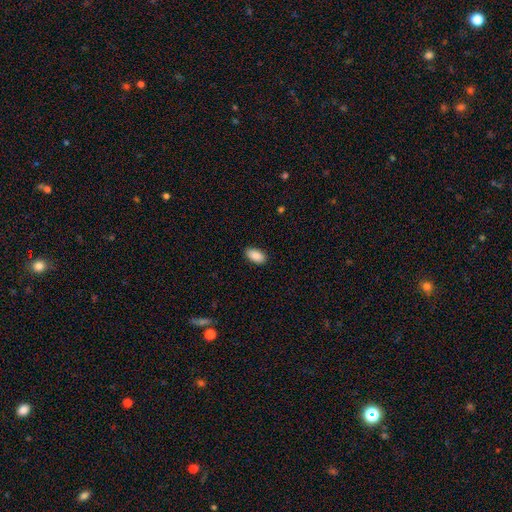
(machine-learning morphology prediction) smooth 89%, star or artifact 7%, featured or disk 4%. Down the decision tree: how rounded — in between (94%); merging — none (89%).